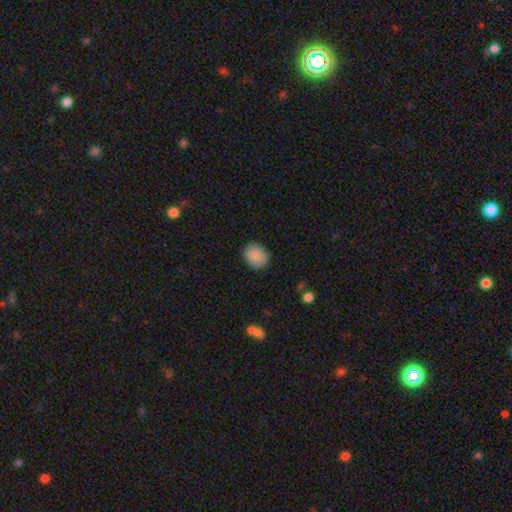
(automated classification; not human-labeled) Smooth or featured?
  - smooth: 87% *
  - star or artifact: 7%
  - featured or disk: 5%
How rounded?
  - round: 61% *
  - in between: 38%
  - cigar-shaped: 1%
Merging?
  - none: 87% *
  - minor disturbance: 9%
  - major disturbance: 2%
  - merger: 1%